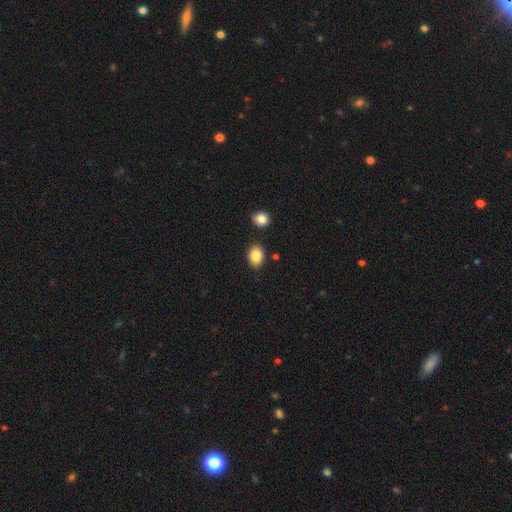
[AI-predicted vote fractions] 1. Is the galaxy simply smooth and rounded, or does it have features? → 86% smooth, 8% star or artifact, 5% featured or disk.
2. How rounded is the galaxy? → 73% in between, 26% round, 1% cigar-shaped.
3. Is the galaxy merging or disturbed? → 82% none, 10% minor disturbance, 5% merger, 2% major disturbance.